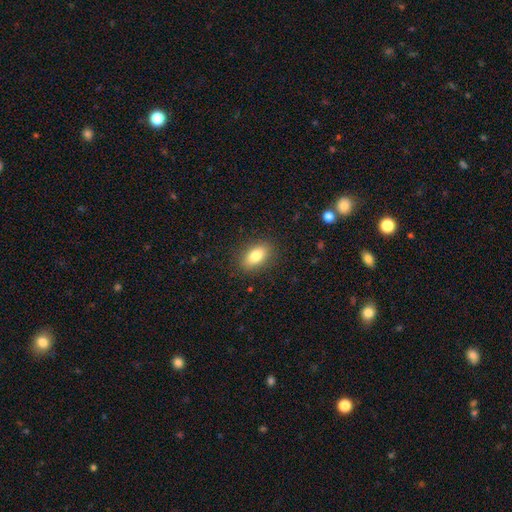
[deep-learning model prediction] Morphology: type=smooth (83%); roundness=in between (89%); merging=none (87%).